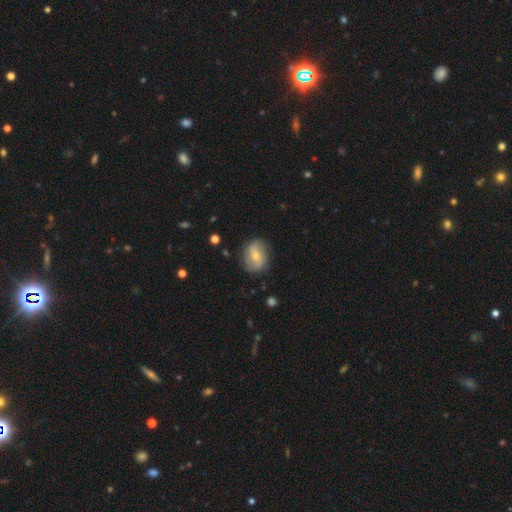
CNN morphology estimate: Overall: featured or disk (61%; smooth 32%). Edge-on disk: no (97%). Bar: no (48%; weak 41%). Spiral arms: yes (88%). Spiral arm count: 2 (80%). Spiral winding: loose (48%; medium 36%). Bulge size: small (49%; moderate 45%). Merging: none (78%).